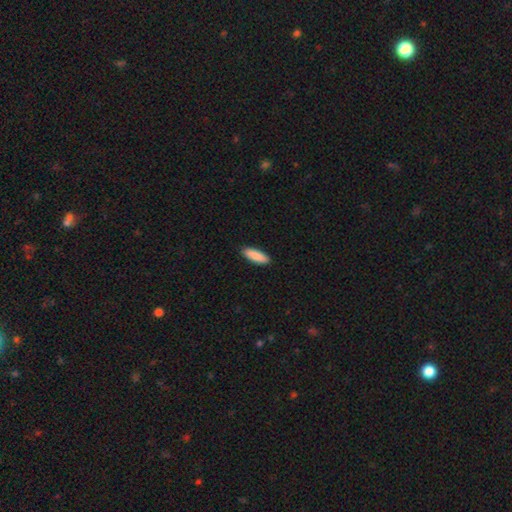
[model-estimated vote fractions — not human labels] Morphology: type=smooth (90%); roundness=in between (51%); merging=none (91%).